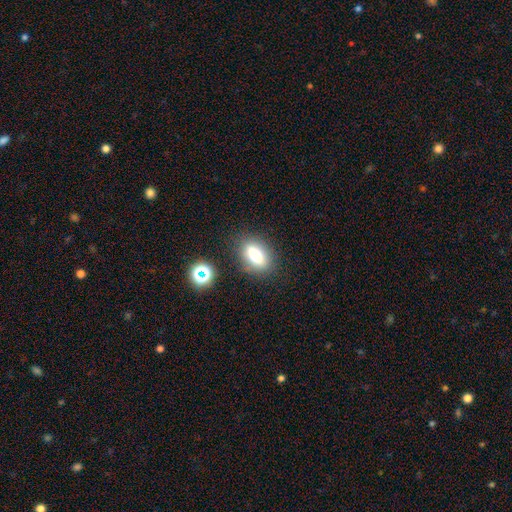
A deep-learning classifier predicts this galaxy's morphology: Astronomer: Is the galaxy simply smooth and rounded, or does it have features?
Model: smooth — 72%.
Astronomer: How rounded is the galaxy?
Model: in between — 78%.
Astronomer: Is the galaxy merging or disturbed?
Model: none — 81%.